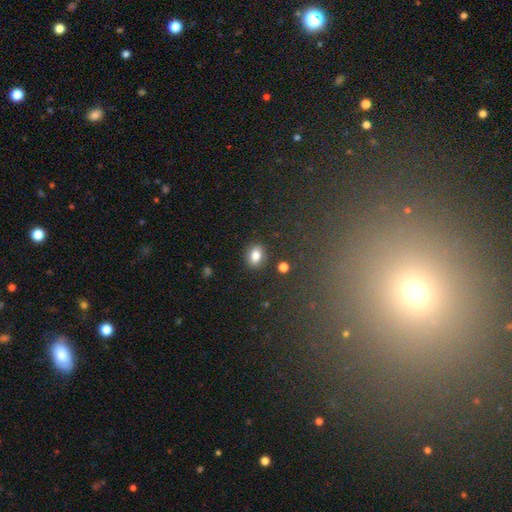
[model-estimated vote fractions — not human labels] A smooth galaxy with no disk features (81%) that is in between round and cigar-shaped (64%). Merging: none (86%).